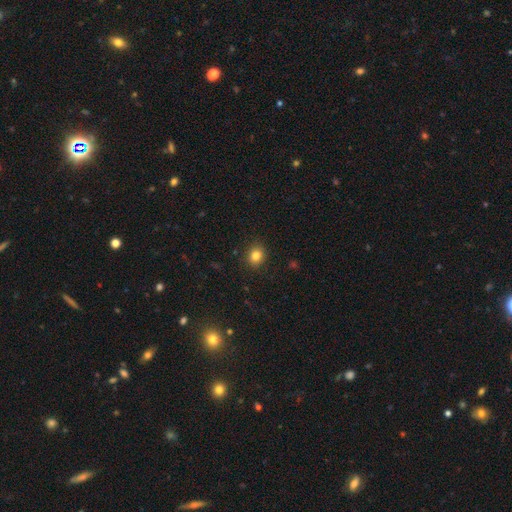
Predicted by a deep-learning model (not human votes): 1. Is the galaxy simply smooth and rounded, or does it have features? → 83% smooth, 11% star or artifact, 5% featured or disk.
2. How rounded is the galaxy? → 74% round, 25% in between, 1% cigar-shaped.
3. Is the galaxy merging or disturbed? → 89% none, 8% minor disturbance, 2% major disturbance, 1% merger.